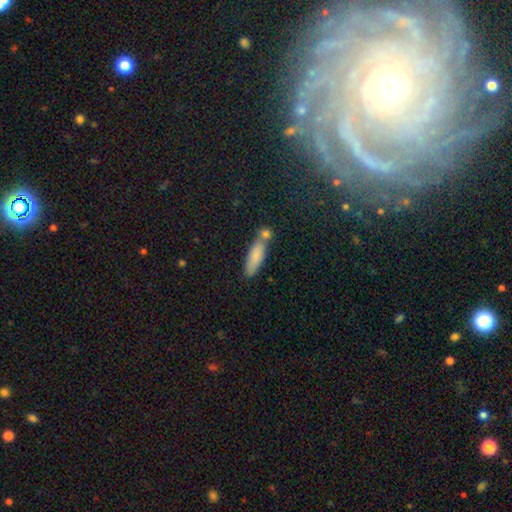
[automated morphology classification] smooth_or_featured: smooth (p=0.81) [alt: featured or disk p=0.11]
how_rounded: cigar-shaped (p=0.53) [alt: in between p=0.44]
merging: none (p=0.54) [alt: merger p=0.28]